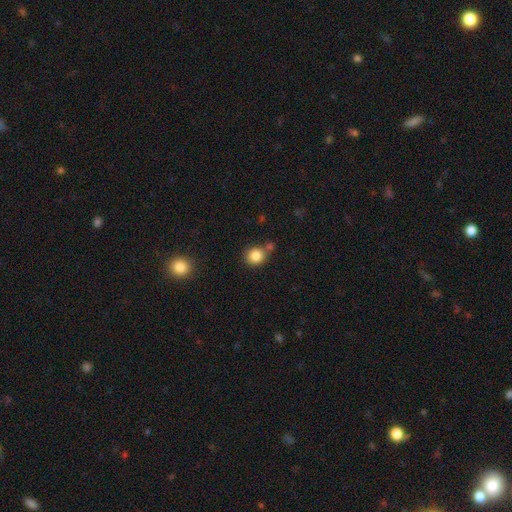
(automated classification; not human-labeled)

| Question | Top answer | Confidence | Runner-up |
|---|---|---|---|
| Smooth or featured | smooth | 85% | star or artifact (10%) |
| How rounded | round | 84% | in between (15%) |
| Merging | none | 66% | merger (18%) |